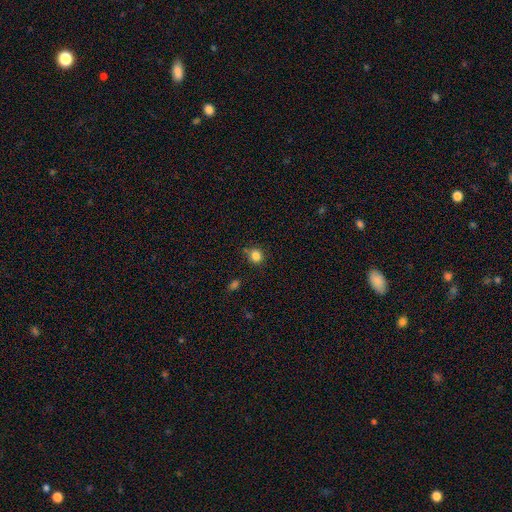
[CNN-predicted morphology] Q: Smooth or featured?
A: smooth (83%); runner-up: star or artifact (12%)
Q: How rounded?
A: round (88%); runner-up: in between (11%)
Q: Merging?
A: none (77%); runner-up: minor disturbance (15%)